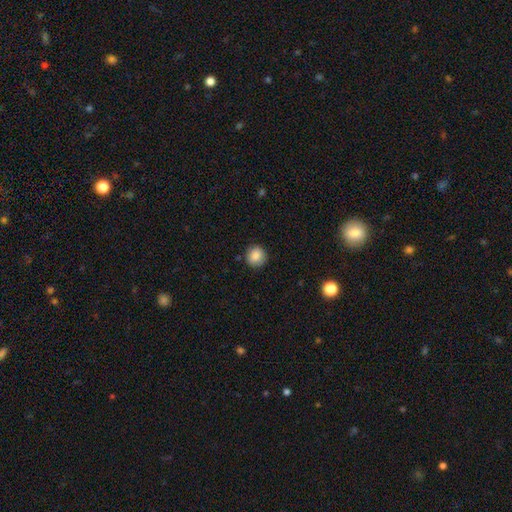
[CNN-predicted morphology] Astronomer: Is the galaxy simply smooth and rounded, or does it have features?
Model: smooth — 86%.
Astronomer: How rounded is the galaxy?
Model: round — 93%.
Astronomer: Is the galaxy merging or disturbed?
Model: none — 88%.